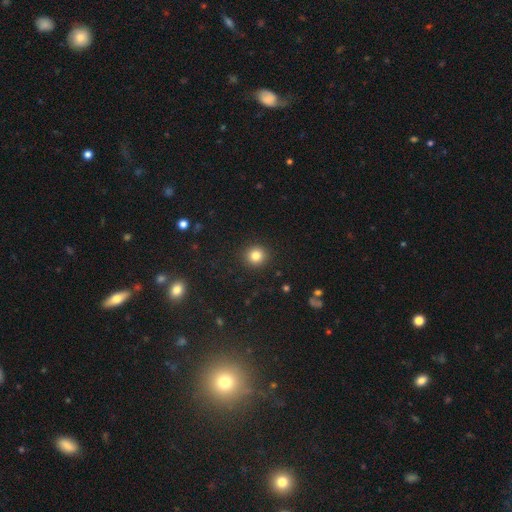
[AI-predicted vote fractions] Smooth or featured: smooth — 83% (star or artifact — 12%)
How rounded: round — 93% (in between — 6%)
Merging: none — 92% (minor disturbance — 5%)